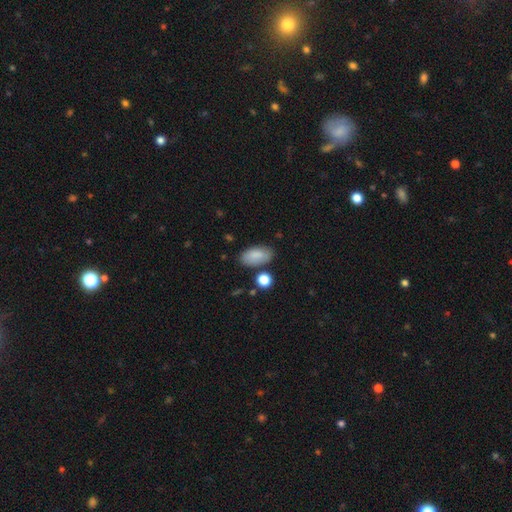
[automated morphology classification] This is clearly a smooth galaxy (85%). How rounded: clearly in between (93%). Merging: likely none (77%).